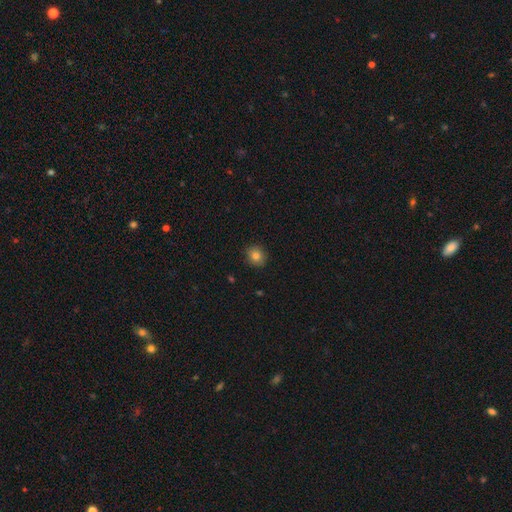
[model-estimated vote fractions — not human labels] This appears to be a smooth galaxy with no disk features (82%) that is round (74%). Merging: none (90%).